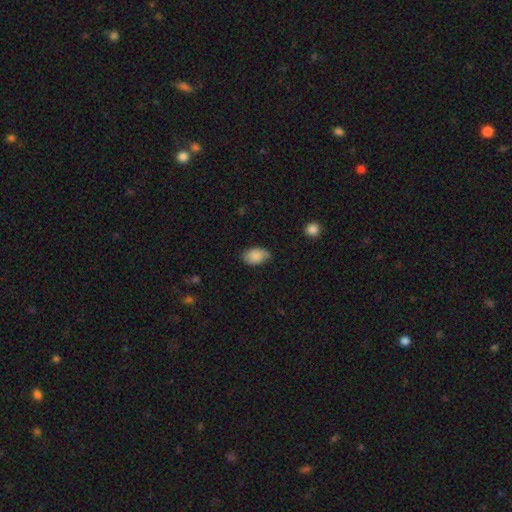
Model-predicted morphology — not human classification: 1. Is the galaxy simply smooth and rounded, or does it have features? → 80% smooth, 13% featured or disk, 8% star or artifact.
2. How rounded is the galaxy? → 87% in between, 12% round, 1% cigar-shaped.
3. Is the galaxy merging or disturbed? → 60% none, 31% minor disturbance, 7% major disturbance, 2% merger.